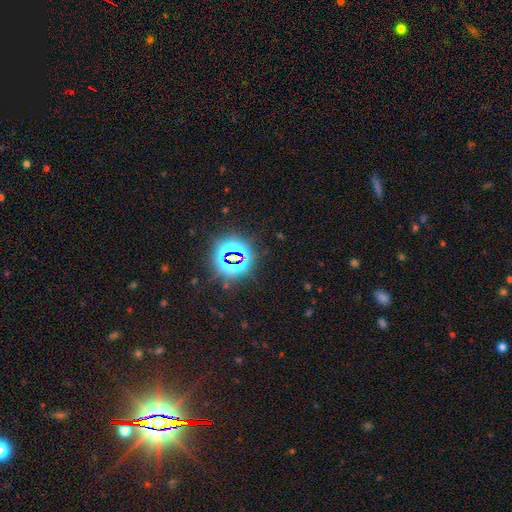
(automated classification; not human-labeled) A star or artifact, not a galaxy (80%).